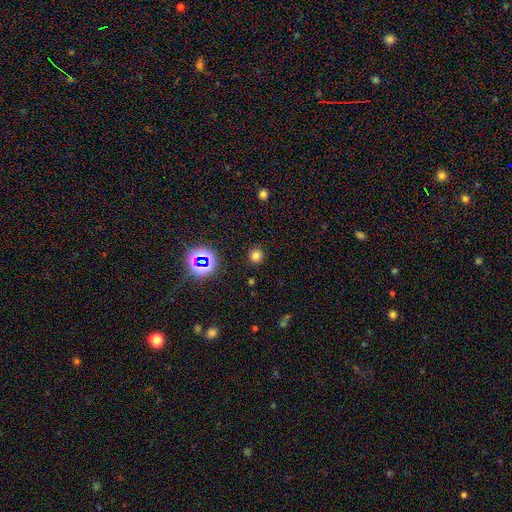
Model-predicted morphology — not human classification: Q: Smooth or featured?
A: smooth (73%); runner-up: star or artifact (21%)
Q: How rounded?
A: round (93%); runner-up: in between (6%)
Q: Merging?
A: none (90%); runner-up: minor disturbance (6%)